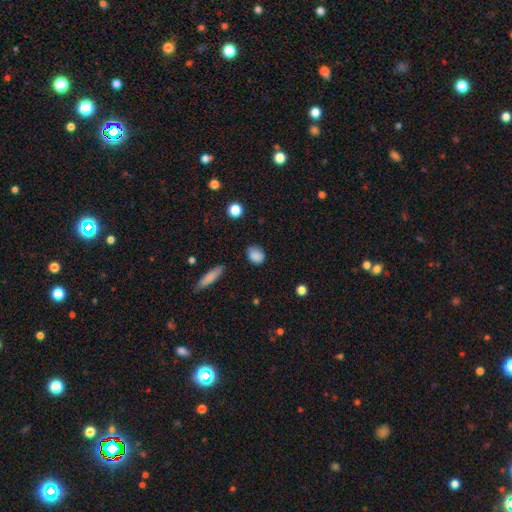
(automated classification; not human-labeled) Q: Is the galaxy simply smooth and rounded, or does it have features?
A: smooth — 87%.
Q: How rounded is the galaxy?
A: in between — 56%.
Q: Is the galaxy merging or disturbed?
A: none — 80%.